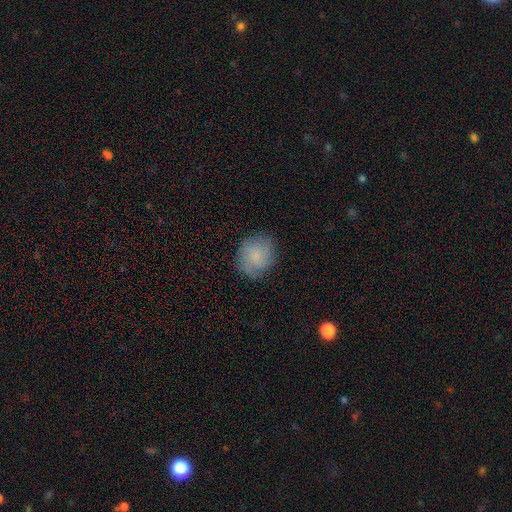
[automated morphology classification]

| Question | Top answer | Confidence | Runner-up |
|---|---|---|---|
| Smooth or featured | smooth | 60% | featured or disk (32%) |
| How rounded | round | 74% | in between (25%) |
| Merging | none | 78% | minor disturbance (16%) |